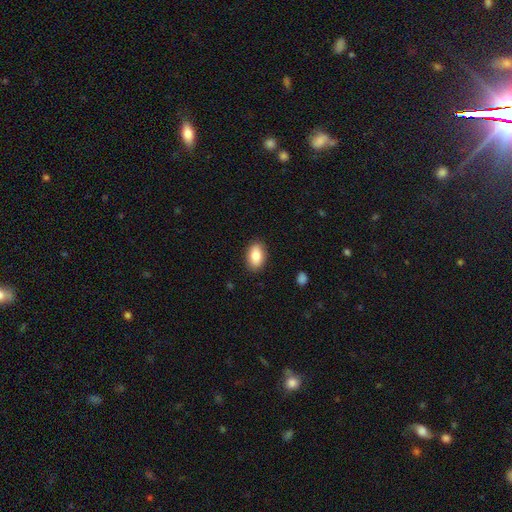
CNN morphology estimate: Smooth or featured: smooth — 84% (featured or disk — 9%)
How rounded: in between — 90% (round — 7%)
Merging: none — 88% (minor disturbance — 9%)